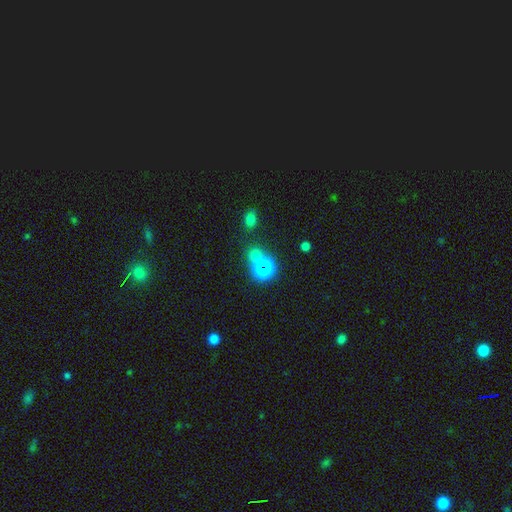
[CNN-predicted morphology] This appears to be a smooth galaxy with no disk features (56%) that is round (82%). Merging: none (65%).